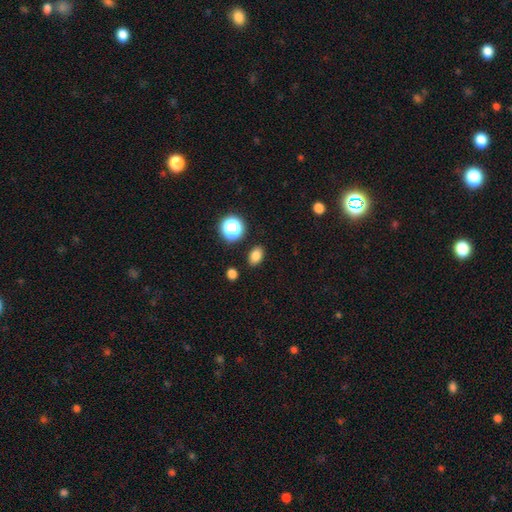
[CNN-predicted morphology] Overall: smooth (81%). How rounded: in between (79%). Merging: none (86%).